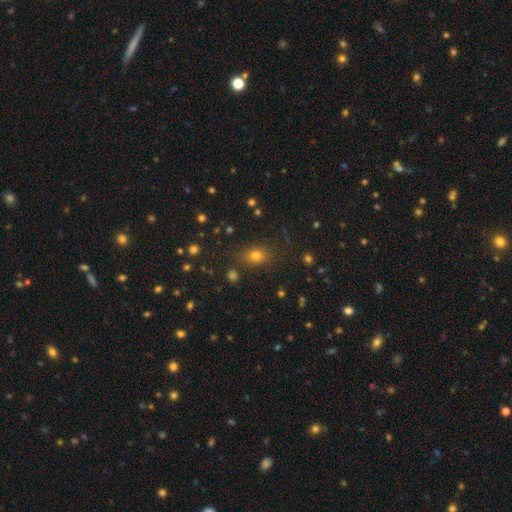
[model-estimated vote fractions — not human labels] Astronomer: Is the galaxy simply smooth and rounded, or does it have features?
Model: smooth — 70%.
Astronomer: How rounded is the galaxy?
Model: in between — 53% (runner-up: round, 45%).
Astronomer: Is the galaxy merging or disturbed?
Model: none — 81%.